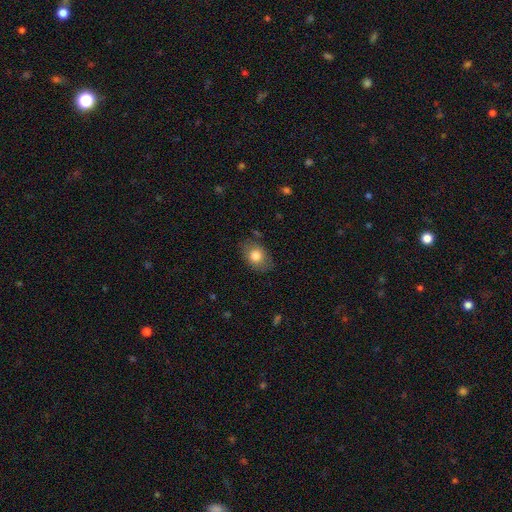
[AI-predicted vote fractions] Overall: smooth (79%). How rounded: in between (70%). Merging: none (78%).